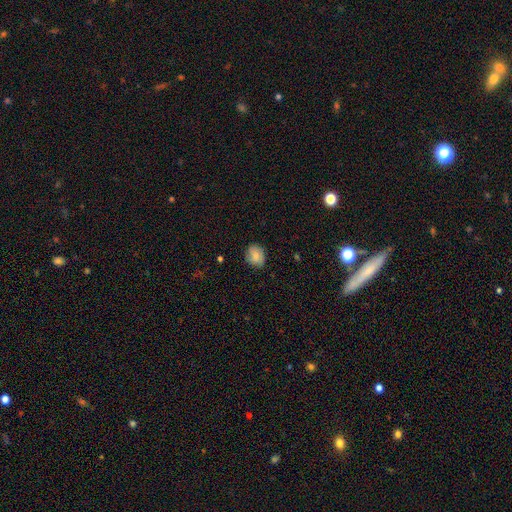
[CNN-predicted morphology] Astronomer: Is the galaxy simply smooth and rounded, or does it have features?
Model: smooth — 80%.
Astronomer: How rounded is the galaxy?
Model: round — 62% (runner-up: in between, 37%).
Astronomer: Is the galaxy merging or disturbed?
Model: none — 79%.